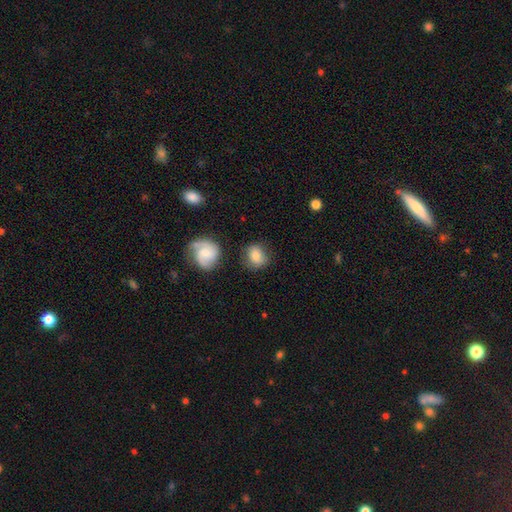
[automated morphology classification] Q: Smooth or featured?
A: smooth (76%); runner-up: featured or disk (16%)
Q: How rounded?
A: round (67%); runner-up: in between (31%)
Q: Merging?
A: none (75%); runner-up: minor disturbance (15%)